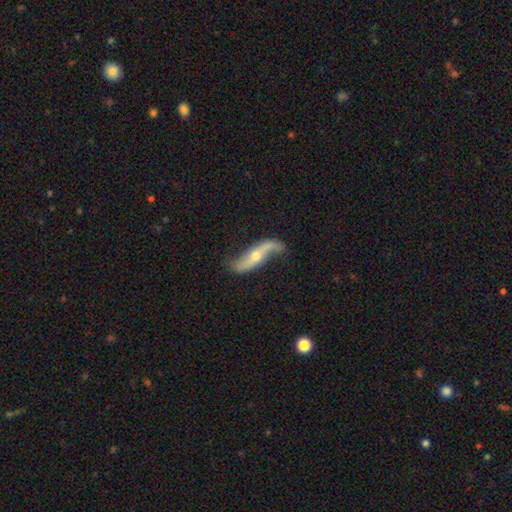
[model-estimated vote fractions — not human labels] A featured or disk galaxy (83%) with no bar (53%), 2 (92%) loose (90%) spiral arms (93%) and a moderate central bulge (56%). Merging: none (69%).